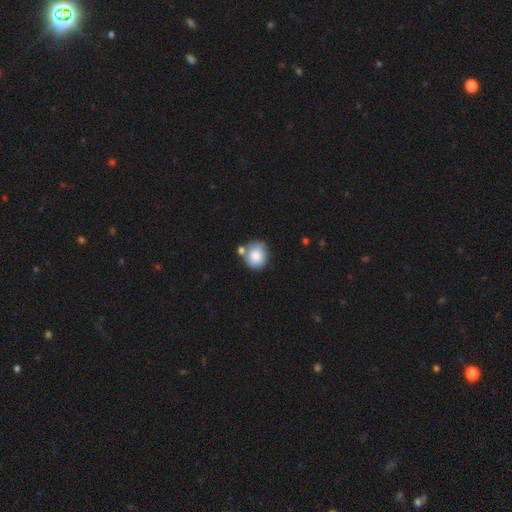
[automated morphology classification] smooth 83%, featured or disk 9%, star or artifact 8%. Down the decision tree: how rounded — round (81%); merging — none (59%).